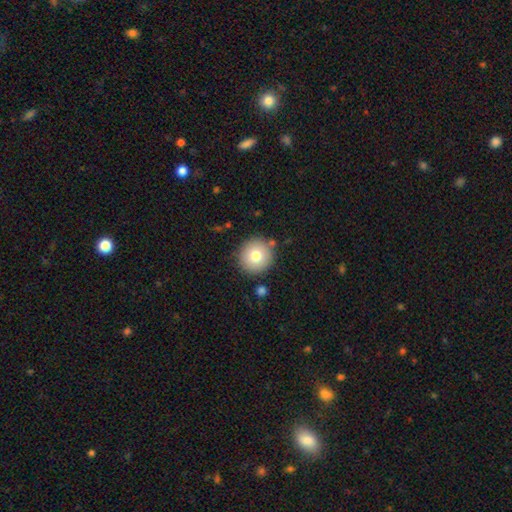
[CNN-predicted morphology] Overall: smooth (77%). How rounded: round (94%). Merging: none (86%).